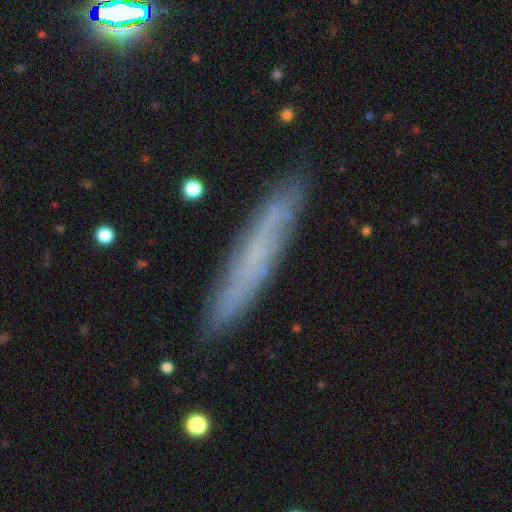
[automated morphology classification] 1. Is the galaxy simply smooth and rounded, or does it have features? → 45% smooth, 44% featured or disk, 11% star or artifact.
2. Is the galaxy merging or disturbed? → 85% none, 11% minor disturbance, 2% major disturbance, 1% merger.